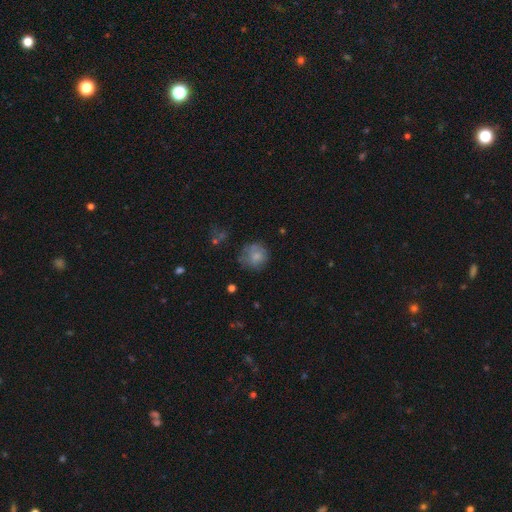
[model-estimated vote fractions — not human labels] Smooth or featured? smooth (71%)
How rounded? round (84%)
Merging? none (59%)